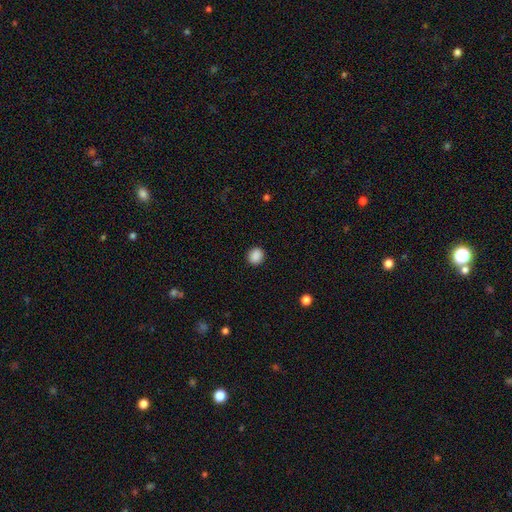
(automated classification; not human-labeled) smooth 89%, star or artifact 9%, featured or disk 2%. Down the decision tree: how rounded — round (77%); merging — none (91%).